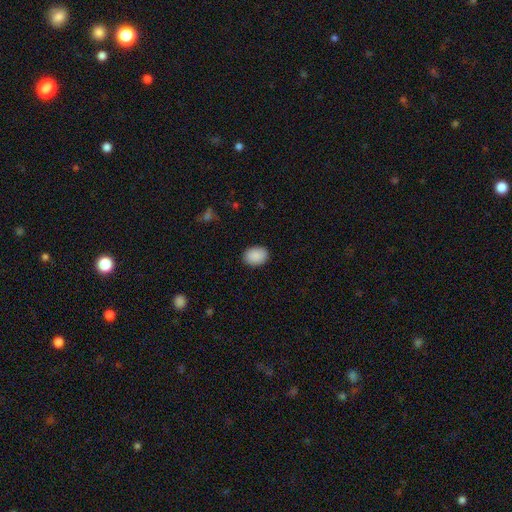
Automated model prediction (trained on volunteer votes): Smooth or featured?
  - smooth: 90% *
  - star or artifact: 7%
  - featured or disk: 3%
How rounded?
  - in between: 70% *
  - round: 29%
  - cigar-shaped: 1%
Merging?
  - none: 88% *
  - minor disturbance: 9%
  - major disturbance: 2%
  - merger: 1%